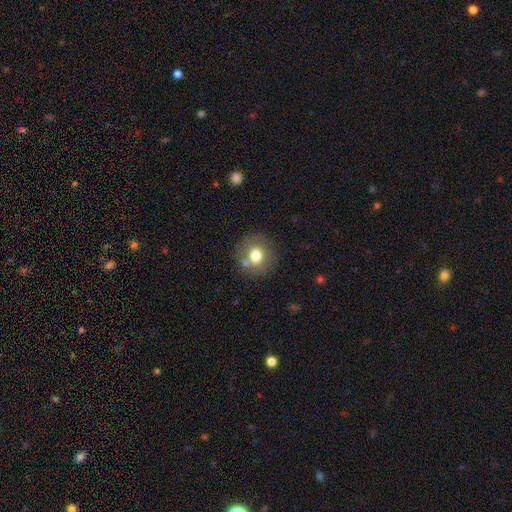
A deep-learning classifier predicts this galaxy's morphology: Q: Smooth or featured?
A: smooth (72%); runner-up: featured or disk (18%)
Q: How rounded?
A: round (85%); runner-up: in between (14%)
Q: Merging?
A: none (75%); runner-up: minor disturbance (11%)